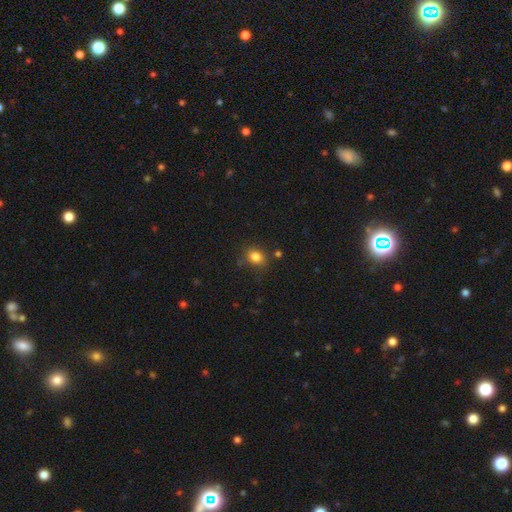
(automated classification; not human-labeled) A smooth galaxy with no disk features (82%) that is in between round and cigar-shaped (52%).

Vote fractions:
- Smooth or featured? smooth: 82% / star or artifact: 12% / featured or disk: 6%
- How rounded? in between: 52% / round: 47% / cigar-shaped: 1%
- Merging? none: 74% / minor disturbance: 17% / major disturbance: 5% / merger: 4%